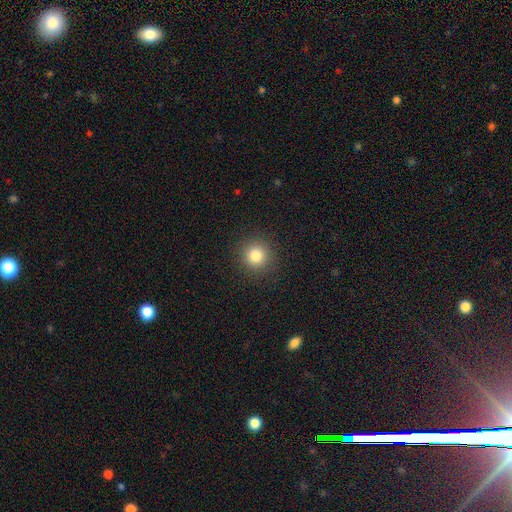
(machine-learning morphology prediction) This is clearly a smooth galaxy (81%). How rounded: clearly round (94%). Merging: clearly none (91%).